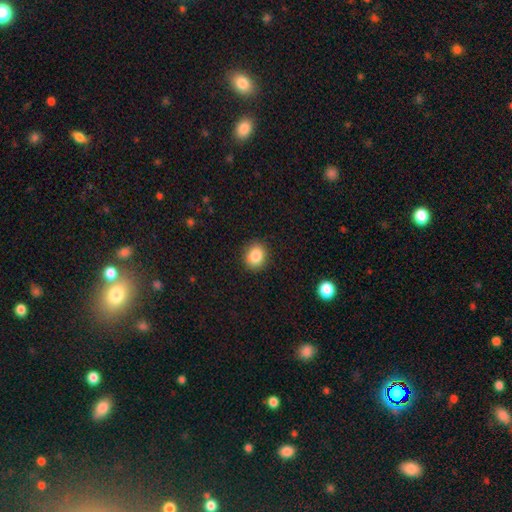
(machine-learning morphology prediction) Q: Smooth or featured?
A: smooth (85%); runner-up: star or artifact (10%)
Q: How rounded?
A: round (66%); runner-up: in between (33%)
Q: Merging?
A: none (89%); runner-up: minor disturbance (8%)